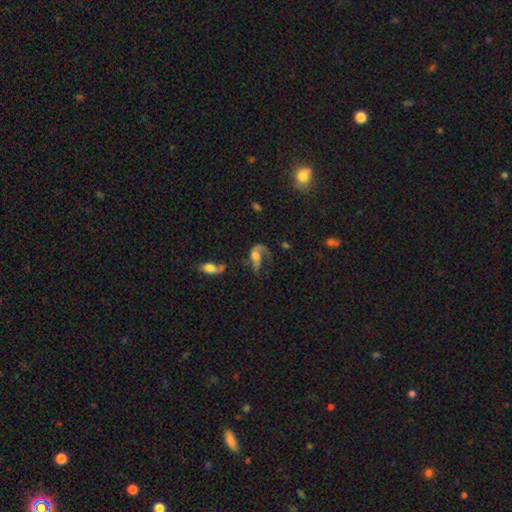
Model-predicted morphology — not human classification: The model was most divided on "merging": major disturbance: 41%, none: 32%, minor disturbance: 16%, merger: 11%. Remaining: edge-on disk — no (95%); spiral arms — yes (87%); smooth or featured — featured or disk (72%); spiral winding — loose (61%); spiral arm count — 2 (56%); bar — no (54%); bulge size — moderate (49%).